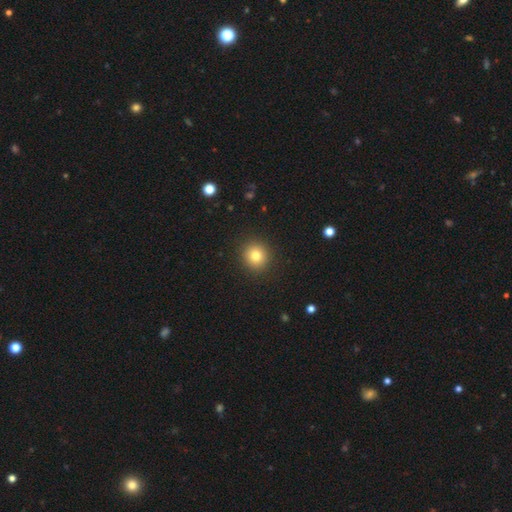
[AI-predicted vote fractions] This is clearly a smooth galaxy (80%). How rounded: clearly round (90%). Merging: clearly none (92%).